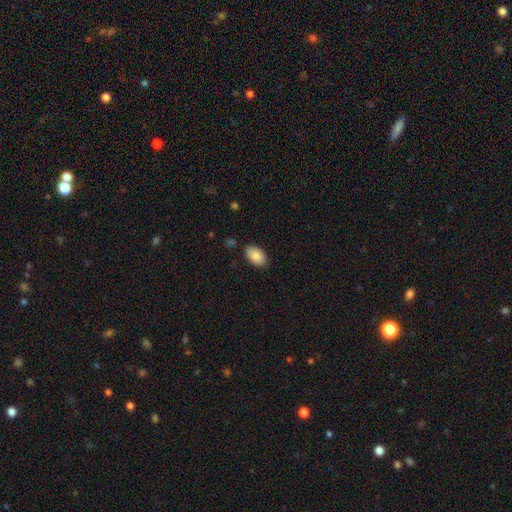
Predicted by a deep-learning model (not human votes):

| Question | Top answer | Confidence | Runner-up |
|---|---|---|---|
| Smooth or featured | smooth | 89% | star or artifact (7%) |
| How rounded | in between | 93% | round (6%) |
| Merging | none | 84% | minor disturbance (12%) |